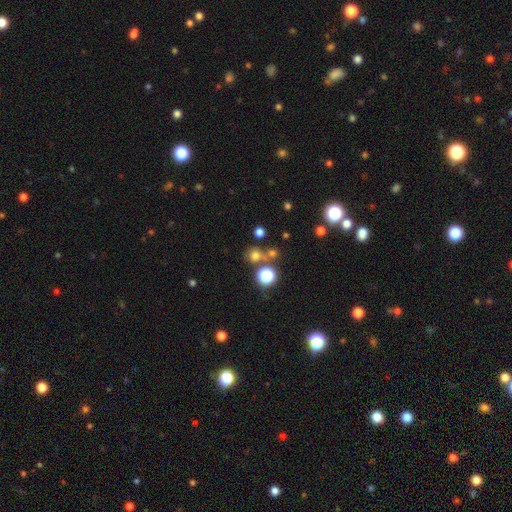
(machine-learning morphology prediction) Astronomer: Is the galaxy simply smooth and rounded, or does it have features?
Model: smooth — 64%.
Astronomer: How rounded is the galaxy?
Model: round — 88%.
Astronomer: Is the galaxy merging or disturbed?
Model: none — 66%.